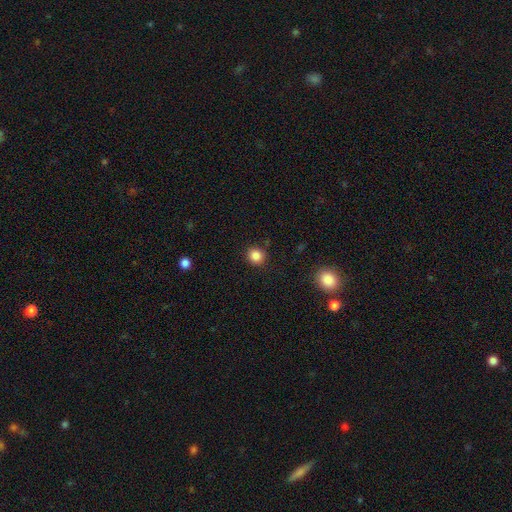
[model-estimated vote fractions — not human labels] smooth-or-featured: smooth: 85% | star or artifact: 11% | featured or disk: 4%
  how-rounded: round: 88% | in between: 11% | cigar-shaped: 1%
  merging: none: 88% | minor disturbance: 8% | major disturbance: 2% | merger: 2%